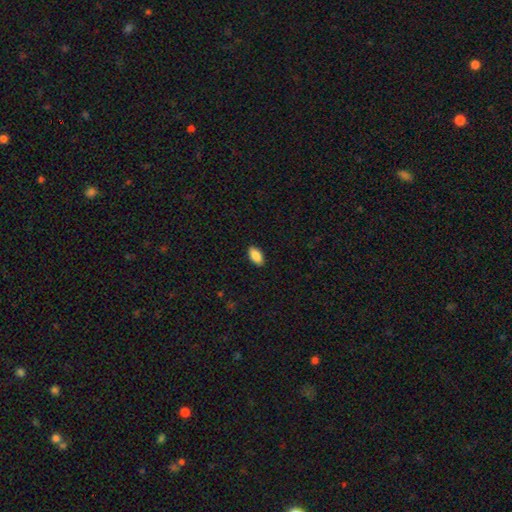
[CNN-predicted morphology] This appears to be a smooth galaxy with no disk features (88%) that is in between round and cigar-shaped (92%). Merging: none (89%).